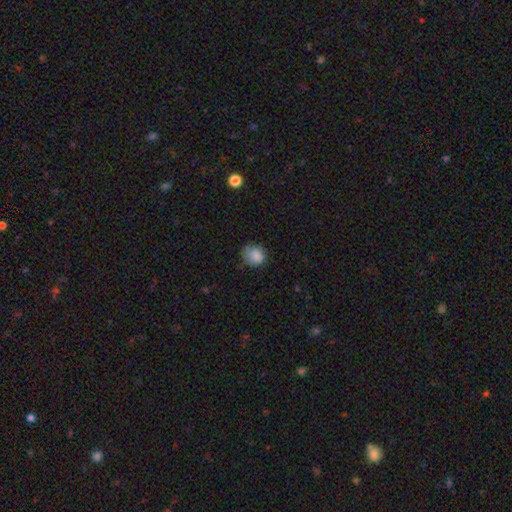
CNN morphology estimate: smooth-or-featured: smooth: 83% | star or artifact: 10% | featured or disk: 7%
  how-rounded: round: 67% | in between: 32% | cigar-shaped: 1%
  merging: none: 63% | minor disturbance: 27% | major disturbance: 8% | merger: 1%